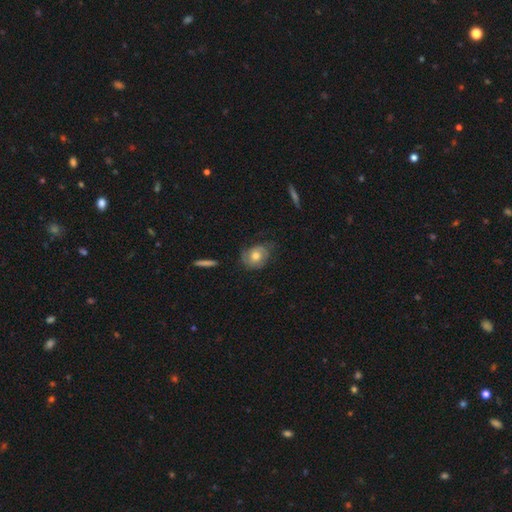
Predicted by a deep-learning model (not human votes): featured or disk 48%, smooth 44%, star or artifact 8%. Down the decision tree: merging — none (63%).